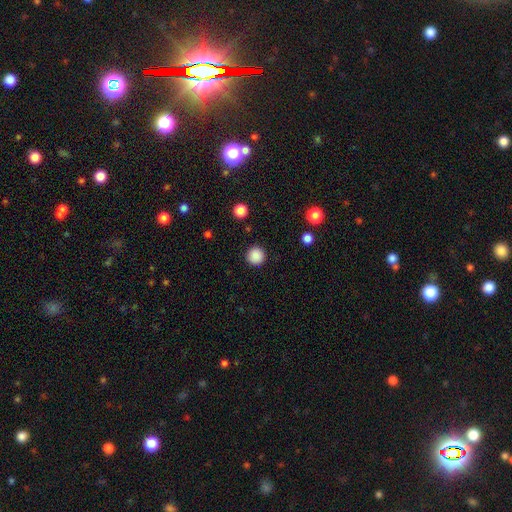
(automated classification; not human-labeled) A smooth galaxy with no disk features (87%) that is round (96%).

Vote fractions:
- Smooth or featured? smooth: 87% / star or artifact: 10% / featured or disk: 3%
- How rounded? round: 96% / in between: 3% / cigar-shaped: 1%
- Merging? none: 92% / minor disturbance: 5% / major disturbance: 2% / merger: 1%